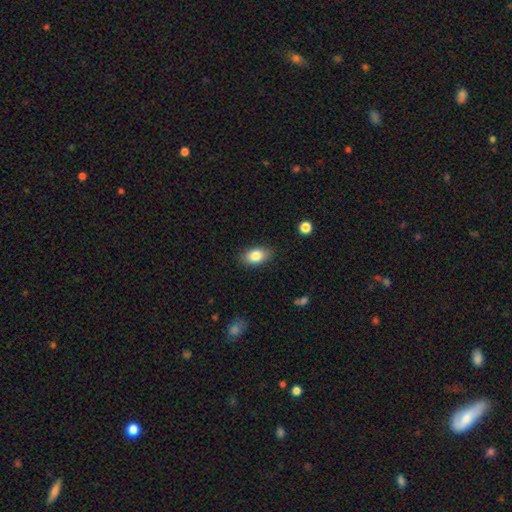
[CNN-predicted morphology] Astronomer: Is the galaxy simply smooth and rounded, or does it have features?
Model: smooth — 83%.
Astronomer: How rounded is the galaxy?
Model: in between — 89%.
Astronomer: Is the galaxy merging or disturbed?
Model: none — 85%.